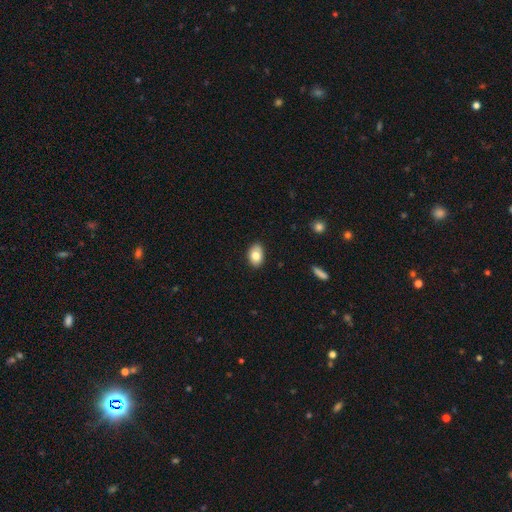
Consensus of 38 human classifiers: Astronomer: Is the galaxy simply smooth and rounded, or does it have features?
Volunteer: smooth — 87%.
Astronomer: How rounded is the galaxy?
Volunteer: in between — 88%.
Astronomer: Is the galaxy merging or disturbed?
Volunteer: none — 89%.